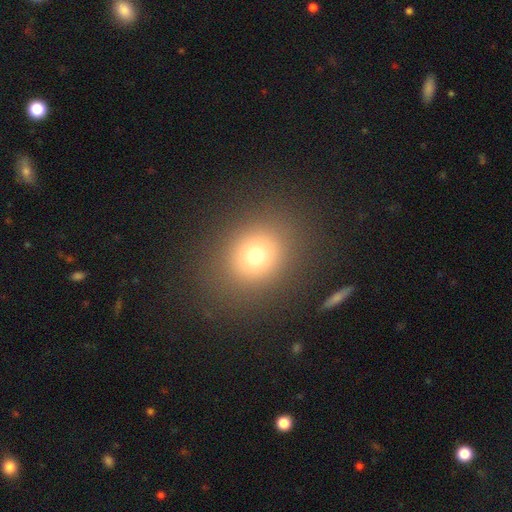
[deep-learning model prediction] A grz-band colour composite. It shows a smooth galaxy with no disk features (72%) that is round (72%). Merging: none (84%).